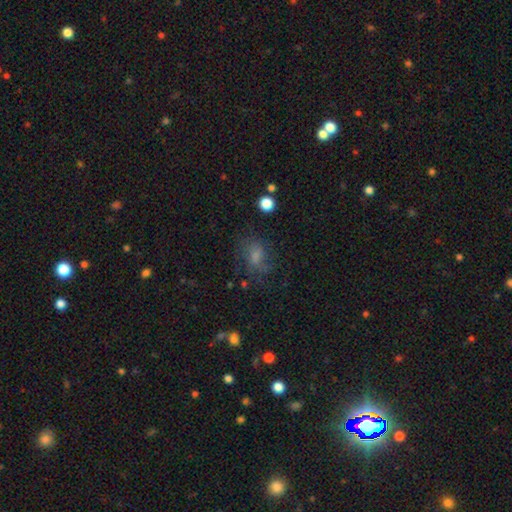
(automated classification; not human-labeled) This is possibly a smooth galaxy (53%). How rounded: likely in between (62%). Merging: possibly none (59%).